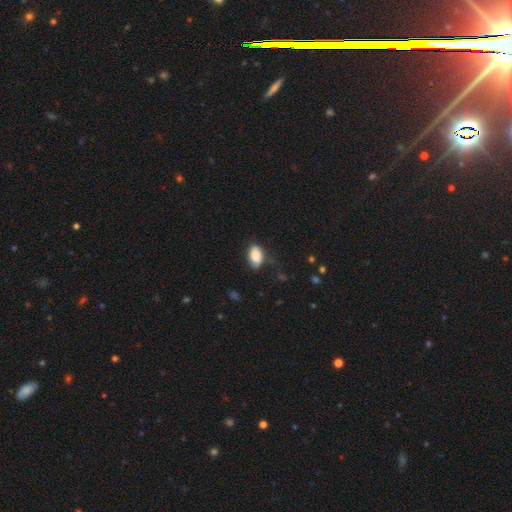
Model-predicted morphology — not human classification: Smooth or featured: smooth — 83% (featured or disk — 10%)
How rounded: in between — 92% (round — 6%)
Merging: none — 54% (minor disturbance — 33%)